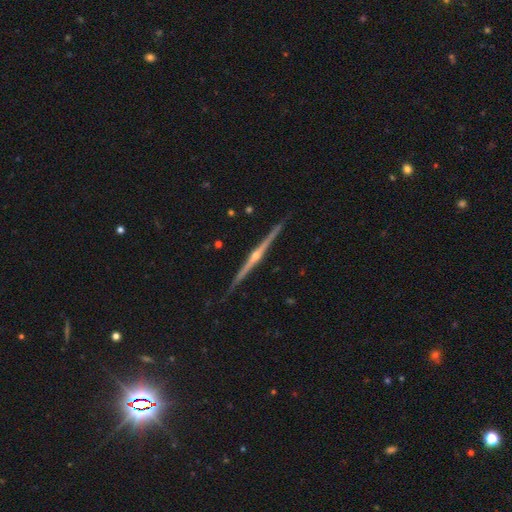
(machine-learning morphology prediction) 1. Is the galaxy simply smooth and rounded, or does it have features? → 89% featured or disk, 6% smooth, 5% star or artifact.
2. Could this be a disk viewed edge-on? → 99% yes, 1% no.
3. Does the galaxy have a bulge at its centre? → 90% rounded, 6% none, 4% boxy.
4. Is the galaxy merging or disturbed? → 91% none, 6% minor disturbance, 1% major disturbance, 1% merger.